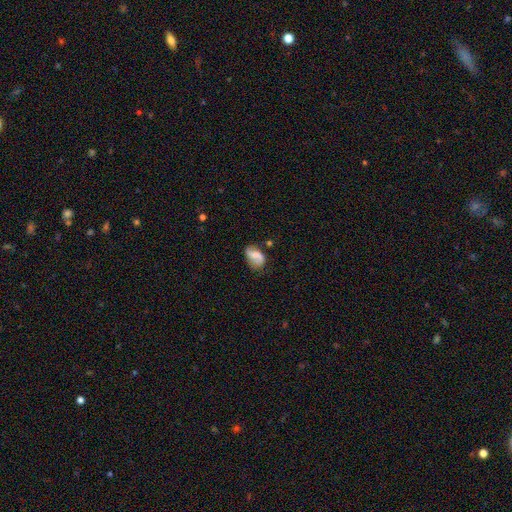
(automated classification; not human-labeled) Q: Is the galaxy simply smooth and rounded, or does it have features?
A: featured or disk — 54%.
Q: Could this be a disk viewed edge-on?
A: no — 97%.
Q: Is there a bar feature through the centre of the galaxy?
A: no — 41%.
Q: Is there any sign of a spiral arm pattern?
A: yes — 82%.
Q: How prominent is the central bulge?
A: small — 33%.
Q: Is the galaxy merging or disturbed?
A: none — 54%.